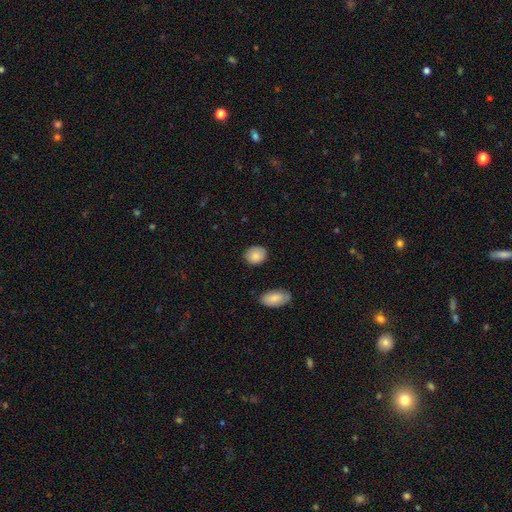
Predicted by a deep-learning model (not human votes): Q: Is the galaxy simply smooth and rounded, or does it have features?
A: smooth — 87%.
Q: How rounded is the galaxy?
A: round — 57%.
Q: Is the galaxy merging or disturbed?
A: none — 84%.